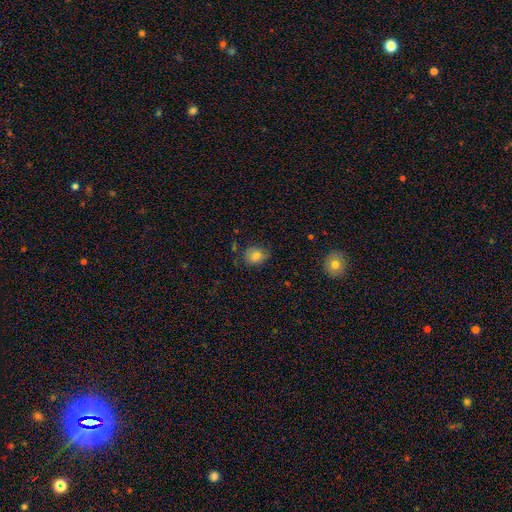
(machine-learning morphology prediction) This is likely a smooth galaxy (80%). How rounded: likely round (66%). Merging: likely none (68%).